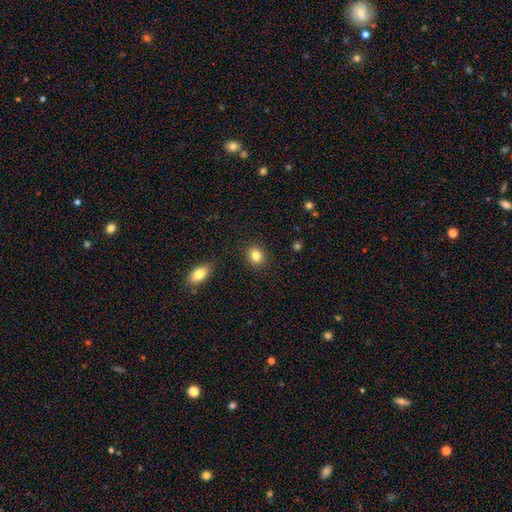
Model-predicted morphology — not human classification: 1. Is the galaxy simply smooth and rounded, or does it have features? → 84% smooth, 10% star or artifact, 7% featured or disk.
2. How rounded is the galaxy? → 65% round, 34% in between, 1% cigar-shaped.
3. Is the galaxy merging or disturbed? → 89% none, 7% minor disturbance, 2% major disturbance, 2% merger.